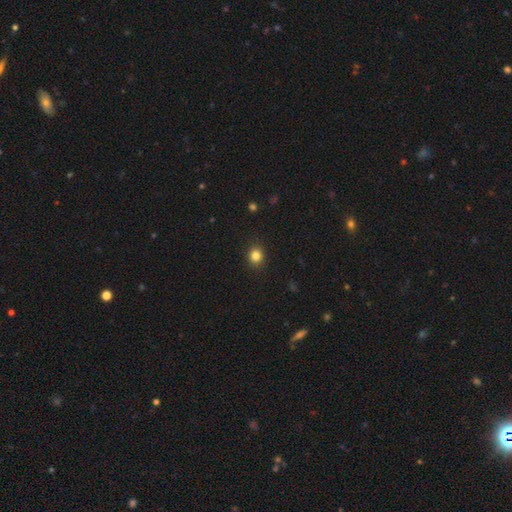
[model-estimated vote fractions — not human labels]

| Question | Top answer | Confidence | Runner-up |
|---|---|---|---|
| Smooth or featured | smooth | 83% | star or artifact (12%) |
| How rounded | round | 75% | in between (24%) |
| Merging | none | 90% | minor disturbance (7%) |